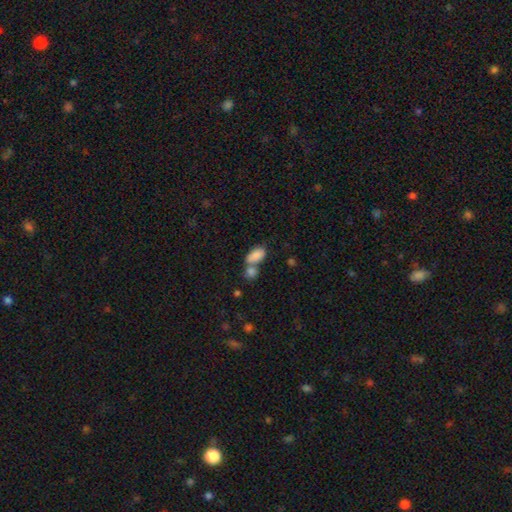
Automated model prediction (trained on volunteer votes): This appears to be a smooth galaxy with no disk features (84%) that is in between round and cigar-shaped (91%). Merging: merger (50%).